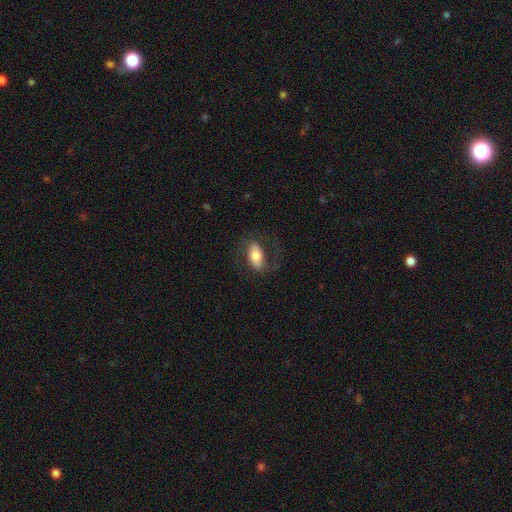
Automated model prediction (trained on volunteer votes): A smooth galaxy with no disk features (58%) that is in between round and cigar-shaped (89%).

Vote fractions:
- Smooth or featured? smooth: 58% / featured or disk: 35% / star or artifact: 7%
- How rounded? in between: 89% / round: 6% / cigar-shaped: 5%
- Merging? none: 69% / minor disturbance: 17% / major disturbance: 13% / merger: 1%